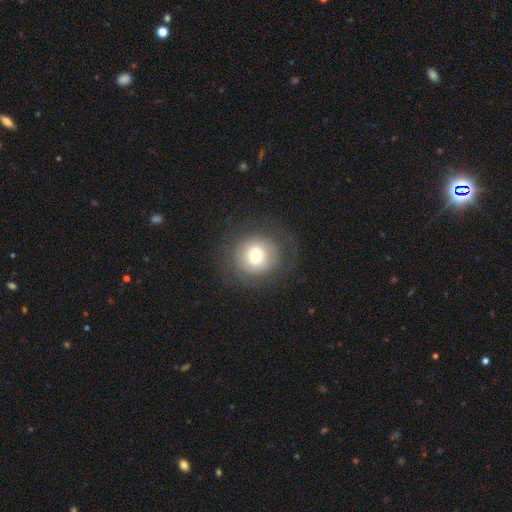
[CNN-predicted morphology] A smooth galaxy with no disk features (63%) that is round (91%). Merging: none (77%).